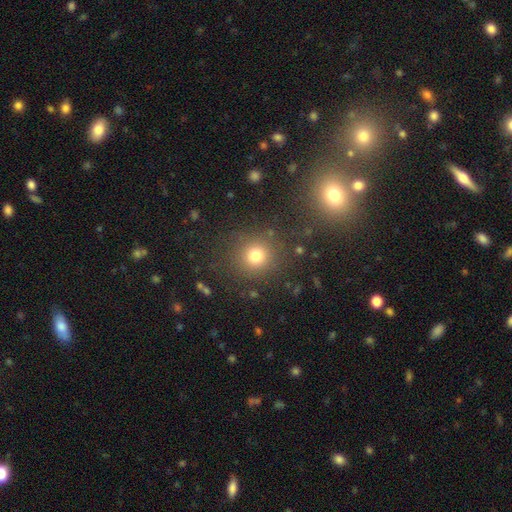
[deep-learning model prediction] Smooth or featured? Predicted: smooth (p=0.76). How rounded? Predicted: round (p=0.90). Merging? Predicted: none (p=0.84).